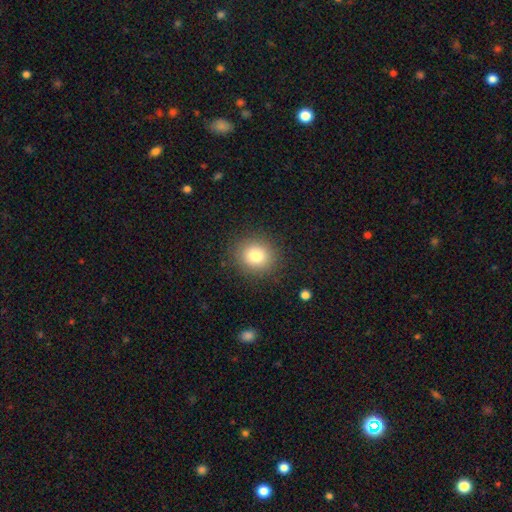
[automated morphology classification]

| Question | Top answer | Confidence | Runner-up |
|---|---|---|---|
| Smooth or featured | smooth | 80% | star or artifact (11%) |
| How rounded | round | 79% | in between (20%) |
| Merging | none | 88% | minor disturbance (8%) |